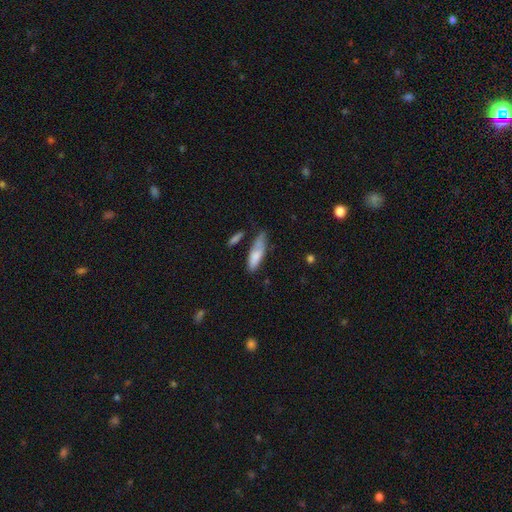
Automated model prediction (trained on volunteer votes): smooth-or-featured: smooth: 80% | featured or disk: 14% | star or artifact: 6%
  how-rounded: in between: 52% | cigar-shaped: 46% | round: 2%
  merging: none: 47% | minor disturbance: 36% | major disturbance: 11% | merger: 7%